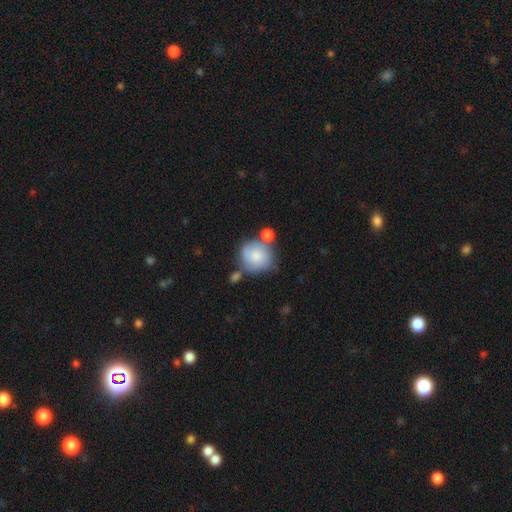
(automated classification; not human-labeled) Smooth or featured? smooth (72%)
How rounded? round (86%)
Merging? none (49%)